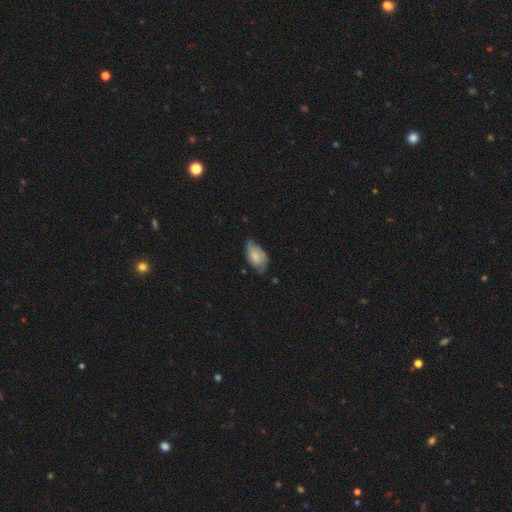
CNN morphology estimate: type=smooth (64%); roundness=in between (93%); merging=none (50%).